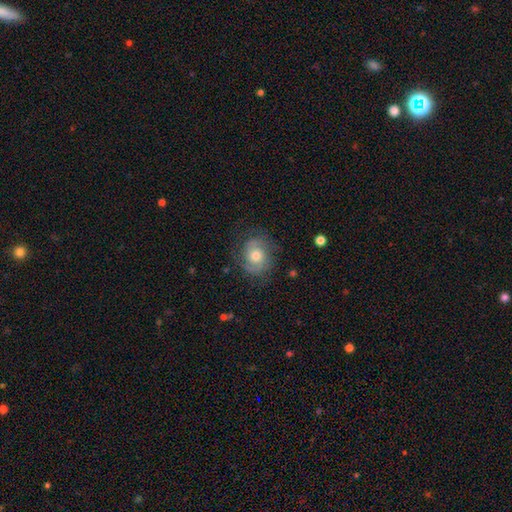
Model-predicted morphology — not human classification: Q: Smooth or featured?
A: featured or disk (67%); runner-up: smooth (24%)
Q: Edge-on disk?
A: no (97%); runner-up: yes (3%)
Q: Bar?
A: no (74%); runner-up: weak (22%)
Q: Spiral arms?
A: yes (90%); runner-up: no (10%)
Q: Spiral winding?
A: tight (46%); runner-up: medium (40%)
Q: Spiral arm count?
A: 2 (67%); runner-up: can't tell (17%)
Q: Bulge size?
A: moderate (68%); runner-up: small (19%)
Q: Merging?
A: none (74%); runner-up: minor disturbance (17%)